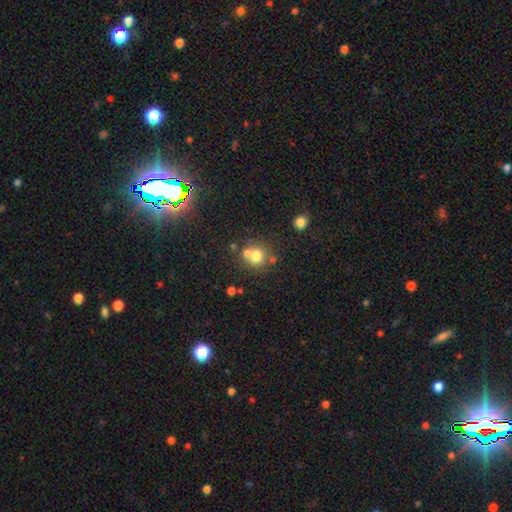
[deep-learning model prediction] Smooth or featured? smooth (72%)
How rounded? round (88%)
Merging? none (60%)